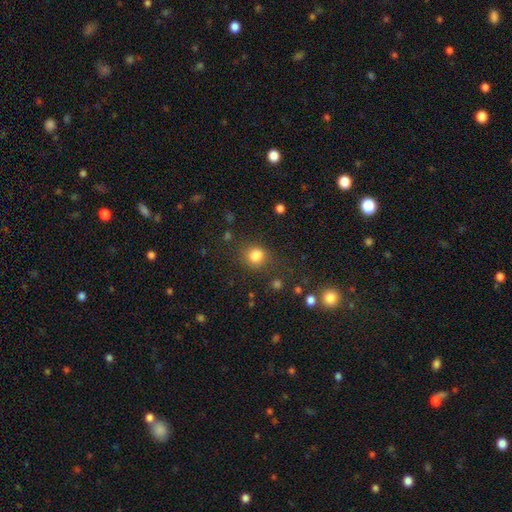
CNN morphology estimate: A smooth galaxy with no disk features (82%) that is round (81%). Merging: none (74%).